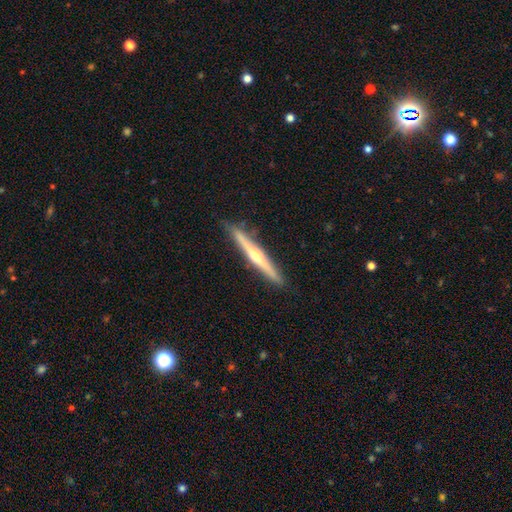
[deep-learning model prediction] The model was most divided on "smooth or featured": featured or disk: 73%, smooth: 22%, star or artifact: 5%. More confident: edge-on disk — yes (98%); merging — none (89%); edge-on bulge — rounded (87%).